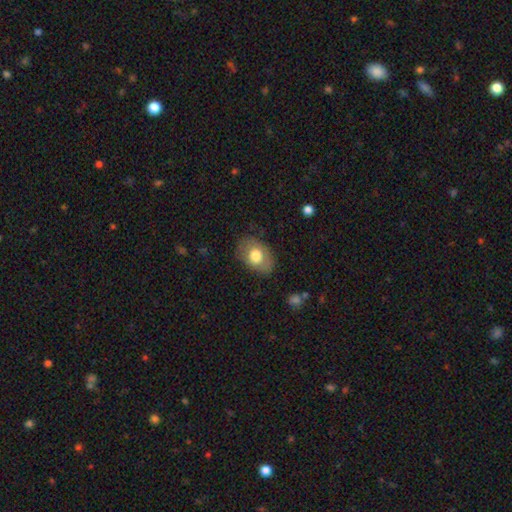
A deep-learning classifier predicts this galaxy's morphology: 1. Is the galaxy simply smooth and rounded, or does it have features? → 72% smooth, 21% featured or disk, 7% star or artifact.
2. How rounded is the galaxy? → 80% in between, 19% round, 1% cigar-shaped.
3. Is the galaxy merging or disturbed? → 79% none, 16% minor disturbance, 5% major disturbance, 1% merger.